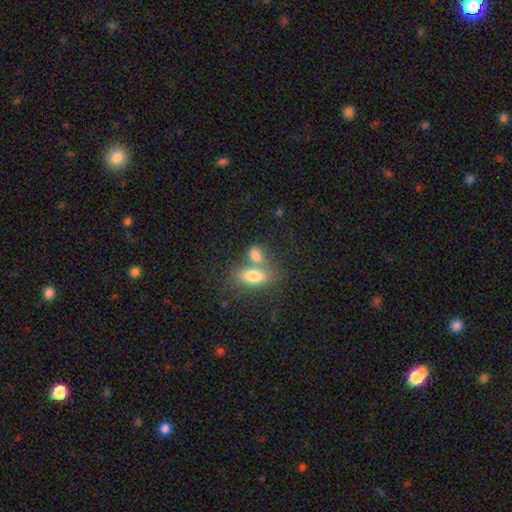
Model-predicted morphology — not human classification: Q: Smooth or featured?
A: smooth (78%); runner-up: featured or disk (12%)
Q: How rounded?
A: in between (83%); runner-up: round (10%)
Q: Merging?
A: merger (50%); runner-up: none (36%)